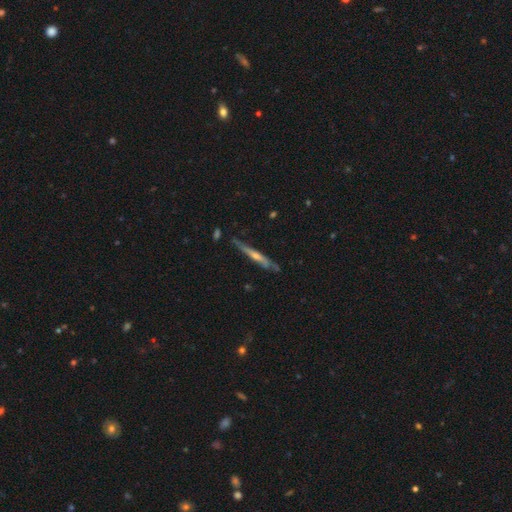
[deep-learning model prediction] Overall: featured or disk (69%). Edge-on disk: yes (93%). Edge-on bulge: rounded (61%; none 31%). Merging: none (75%).